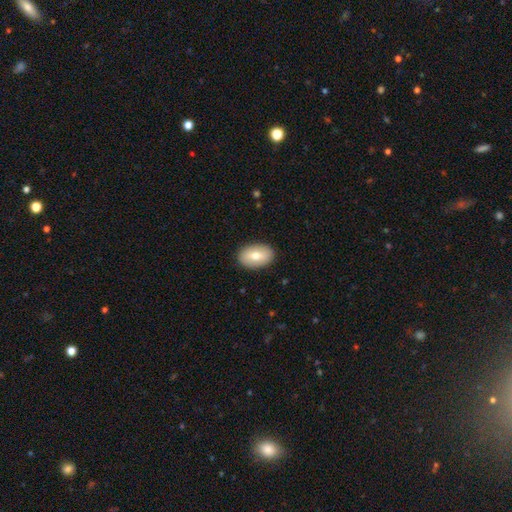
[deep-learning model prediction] smooth 71%, featured or disk 23%, star or artifact 6%. Down the decision tree: how rounded — in between (90%); merging — none (89%).